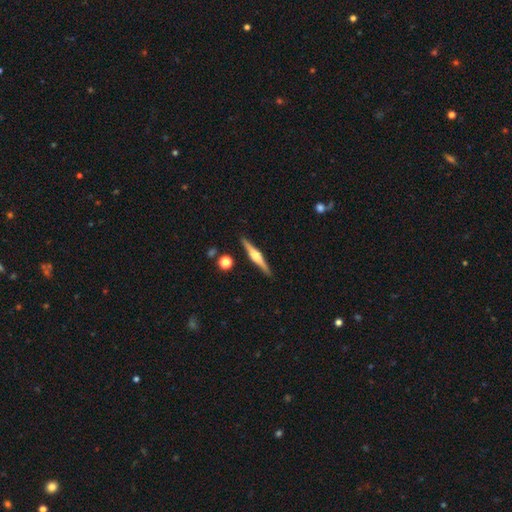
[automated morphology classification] A featured or disk galaxy (77%) viewed edge-on (98%) with a rounded central bulge (90%).

Vote fractions:
- Smooth or featured? featured or disk: 77% / smooth: 18% / star or artifact: 5%
- Edge-on disk? yes: 98% / no: 2%
- Edge-on bulge? rounded: 90% / boxy: 7% / none: 3%
- Merging? none: 91% / minor disturbance: 6% / merger: 2% / major disturbance: 1%